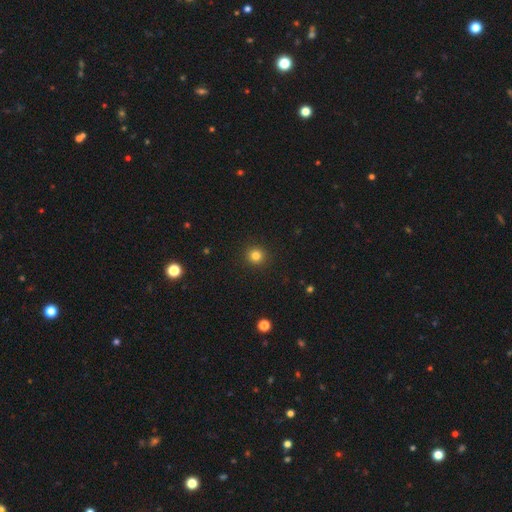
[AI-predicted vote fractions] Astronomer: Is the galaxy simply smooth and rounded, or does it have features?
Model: smooth — 82%.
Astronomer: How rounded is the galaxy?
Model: round — 93%.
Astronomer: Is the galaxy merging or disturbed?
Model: none — 92%.